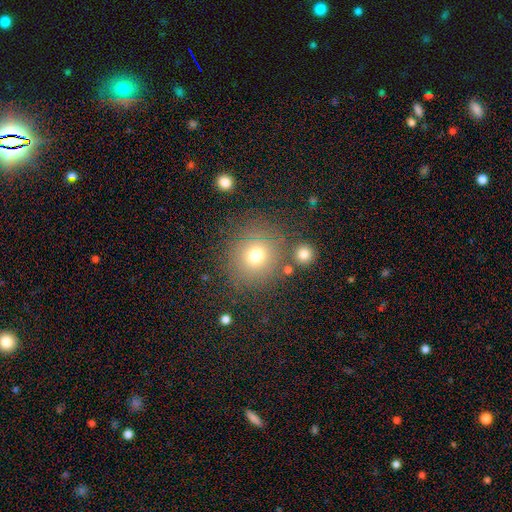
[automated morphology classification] smooth 73%, star or artifact 16%, featured or disk 12%. Down the decision tree: how rounded — round (87%); merging — none (78%).